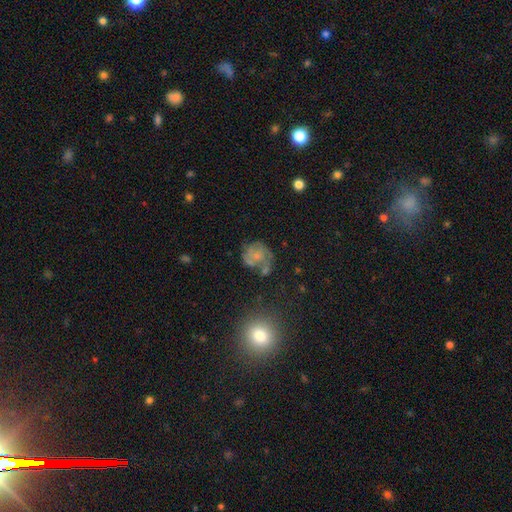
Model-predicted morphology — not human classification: type=featured or disk (55%); edge-on=no (98%); bar=no (80%); spiral arms=yes (68%); bulge=none (38%); merging=none (48%).